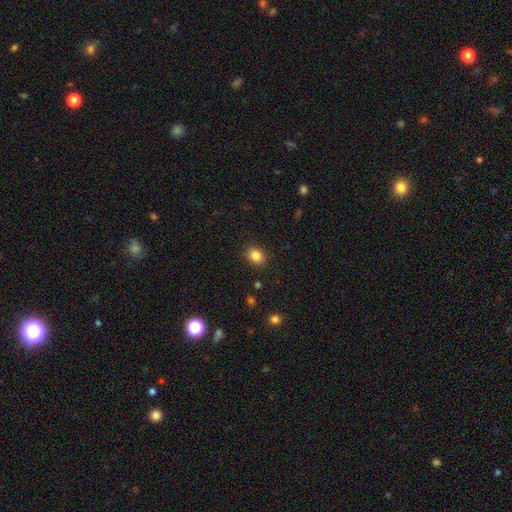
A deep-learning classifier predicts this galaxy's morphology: Overall: smooth (84%). How rounded: round (59%; in between 40%). Merging: none (88%).